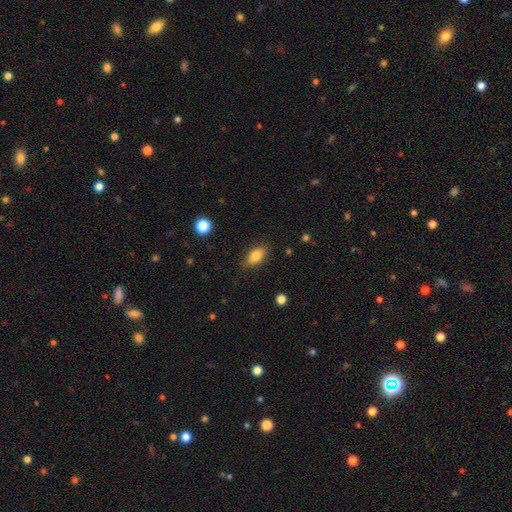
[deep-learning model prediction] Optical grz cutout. It shows a smooth galaxy with no disk features (82%) that is in between round and cigar-shaped (89%). Merging: none (82%).